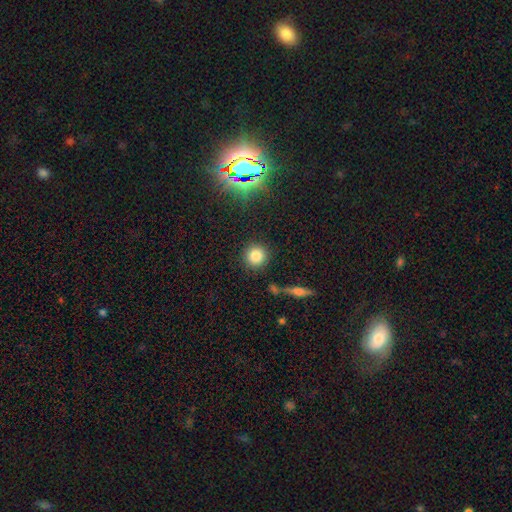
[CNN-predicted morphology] Smooth or featured? Predicted: smooth (p=0.82). How rounded? Predicted: round (p=0.93). Merging? Predicted: none (p=0.87).